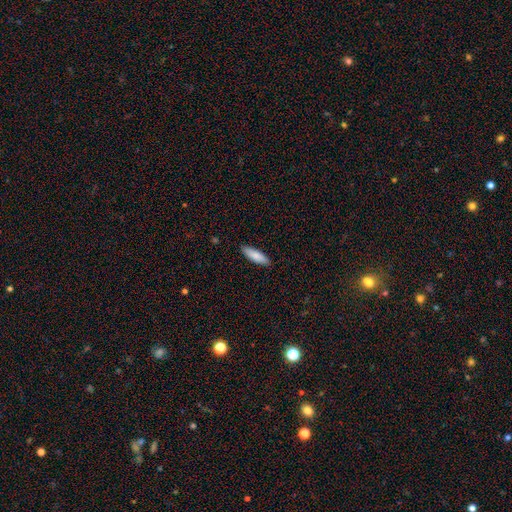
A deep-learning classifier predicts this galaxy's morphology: This appears to be a smooth galaxy with no disk features (85%) that is cigar-shaped (52%). Merging: none (89%).